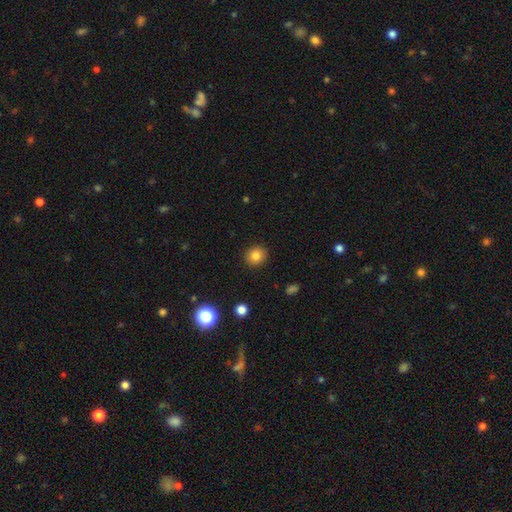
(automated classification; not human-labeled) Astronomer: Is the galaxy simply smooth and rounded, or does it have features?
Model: smooth — 82%.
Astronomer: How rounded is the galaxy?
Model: round — 86%.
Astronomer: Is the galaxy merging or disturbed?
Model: none — 91%.